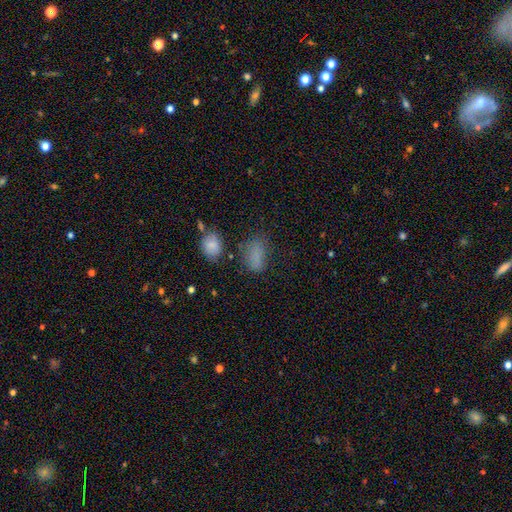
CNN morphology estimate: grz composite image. It shows a smooth galaxy with no disk features (78%) that is in between round and cigar-shaped (86%). Merging: none (57%).